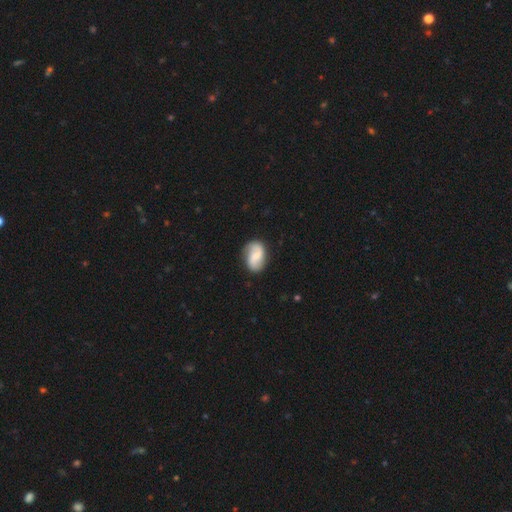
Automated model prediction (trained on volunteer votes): Smooth or featured? Predicted: featured or disk (p=0.58). Edge-on disk? Predicted: no (p=0.97). Bar? Predicted: weak (p=0.46). Spiral arms? Predicted: yes (p=0.91). Spiral winding? Predicted: loose (p=0.50). Spiral arm count? Predicted: 2 (p=0.88). Bulge size? Predicted: small (p=0.41). Merging? Predicted: none (p=0.78).